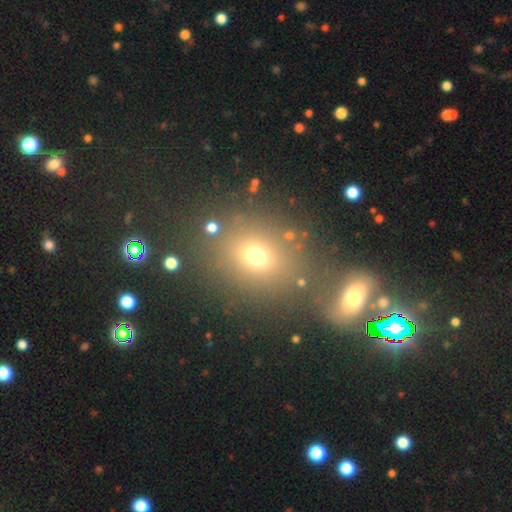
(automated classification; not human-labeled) The model was most divided on "how rounded": round: 57%, in between: 41%, cigar-shaped: 2%. More confident: merging — none (72%); smooth or featured — smooth (68%).